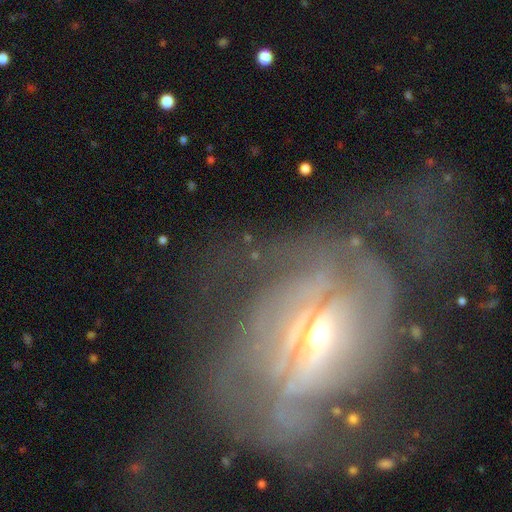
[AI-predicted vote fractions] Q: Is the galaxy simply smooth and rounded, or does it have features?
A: featured or disk — 73%.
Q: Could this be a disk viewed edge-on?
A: no — 87%.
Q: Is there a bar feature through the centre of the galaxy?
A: no — 58%.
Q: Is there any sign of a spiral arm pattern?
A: yes — 53%.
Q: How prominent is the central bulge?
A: moderate — 47%.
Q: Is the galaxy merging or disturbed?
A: major disturbance — 46%.